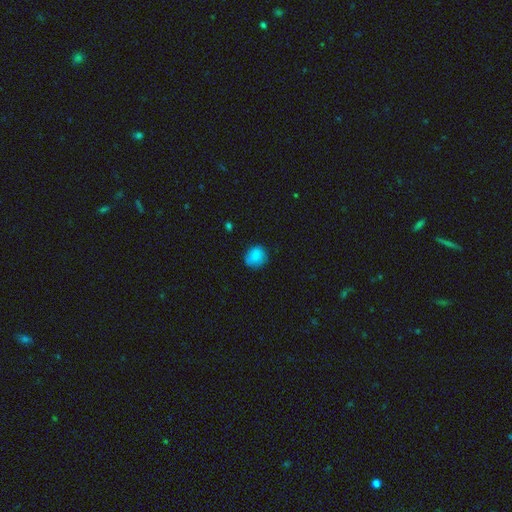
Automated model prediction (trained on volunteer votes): smooth_or_featured: smooth (p=0.85) [alt: star or artifact p=0.09]
how_rounded: round (p=0.76) [alt: in between p=0.23]
merging: none (p=0.77) [alt: minor disturbance p=0.18]